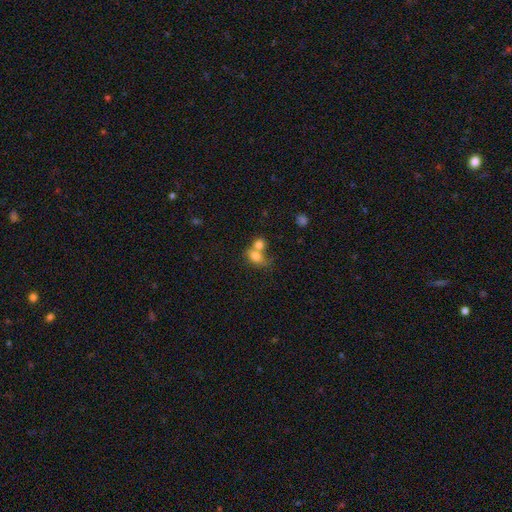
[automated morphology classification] type=smooth (76%); roundness=in between (63%); merging=merger (60%).